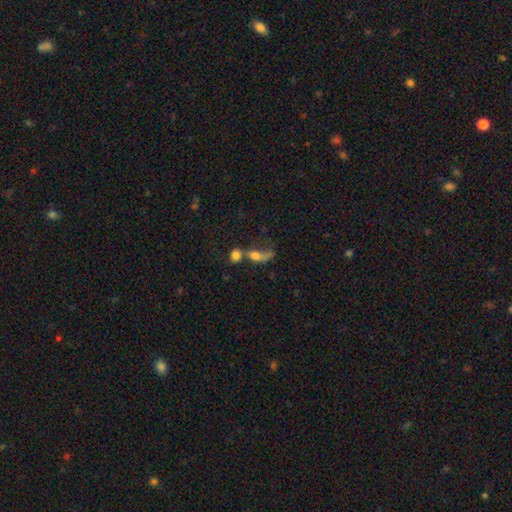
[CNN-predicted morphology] The model was most divided on "how rounded": in between: 62%, round: 27%, cigar-shaped: 11%. More confident: smooth or featured — smooth (62%); merging — merger (56%).